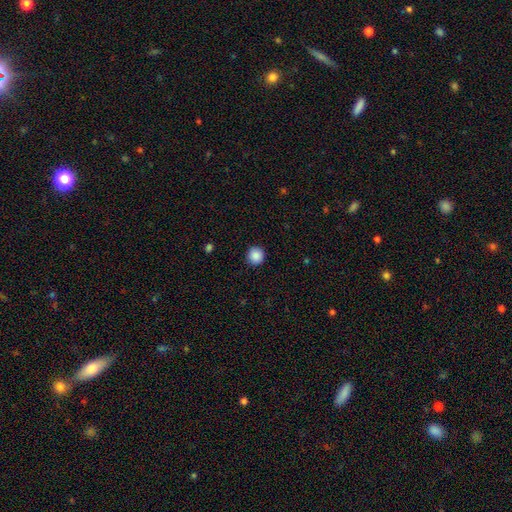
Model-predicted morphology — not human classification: Smooth or featured?
  - smooth: 88% *
  - star or artifact: 9%
  - featured or disk: 3%
How rounded?
  - round: 95% *
  - in between: 4%
  - cigar-shaped: 1%
Merging?
  - none: 92% *
  - minor disturbance: 5%
  - major disturbance: 2%
  - merger: 1%